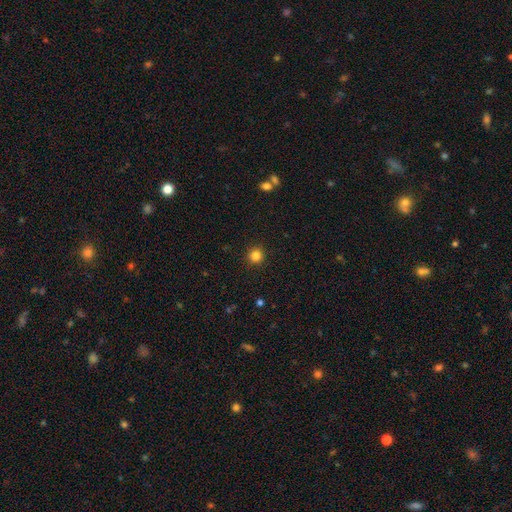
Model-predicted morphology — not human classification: smooth-or-featured: smooth: 84% | star or artifact: 12% | featured or disk: 4%
  how-rounded: round: 94% | in between: 5% | cigar-shaped: 1%
  merging: none: 92% | minor disturbance: 5% | major disturbance: 2% | merger: 1%